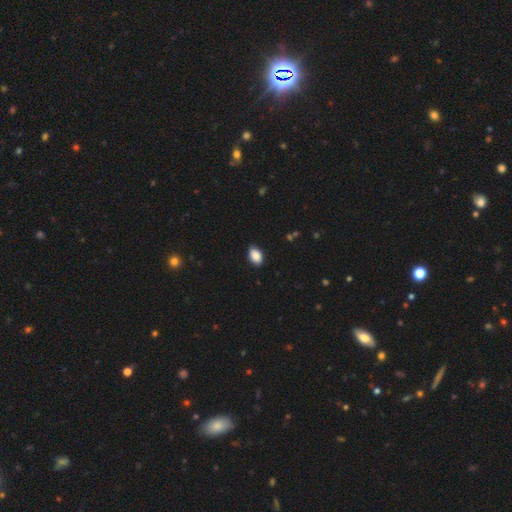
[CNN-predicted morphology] The model was most divided on "merging": none: 85%, minor disturbance: 12%, major disturbance: 2%, merger: 1%. More confident: how rounded — in between (90%); smooth or featured — smooth (88%).